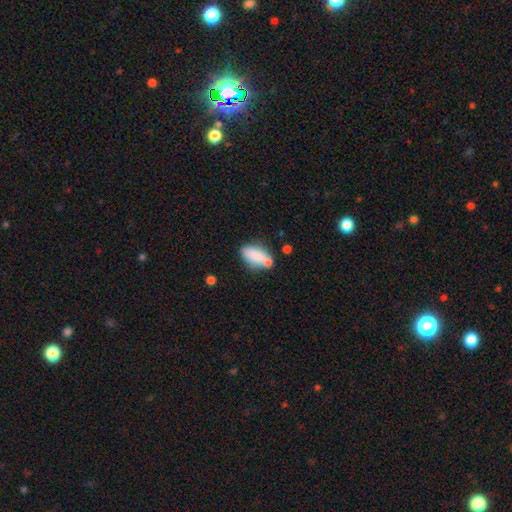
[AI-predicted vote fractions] Smooth or featured?
  - smooth: 80% *
  - featured or disk: 12%
  - star or artifact: 8%
How rounded?
  - in between: 87% *
  - cigar-shaped: 9%
  - round: 4%
Merging?
  - none: 50% *
  - merger: 22%
  - minor disturbance: 21%
  - major disturbance: 7%